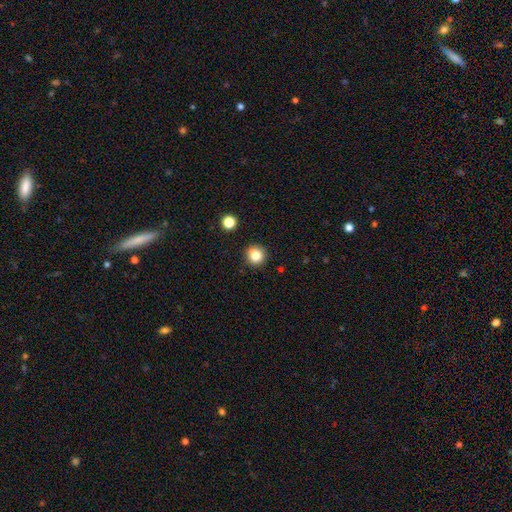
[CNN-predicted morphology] Smooth or featured? Predicted: smooth (p=0.83). How rounded? Predicted: round (p=0.94). Merging? Predicted: none (p=0.91).